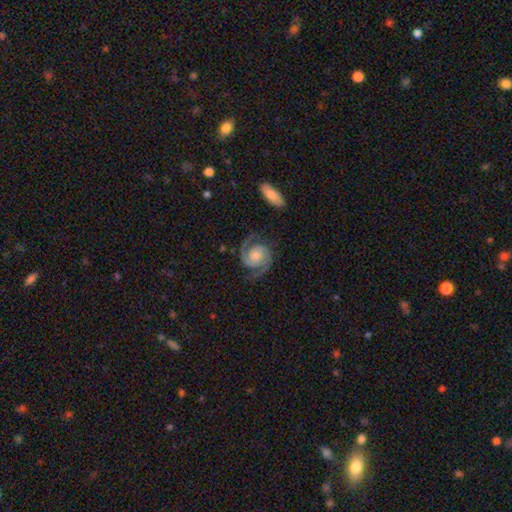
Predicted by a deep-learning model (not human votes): Morphology: type=featured or disk (91%); edge-on=no (98%); bar=no (71%); spiral arms=yes (98%); winding=medium (49%); arm count=2 (94%); bulge=moderate (44%); merging=none (80%).